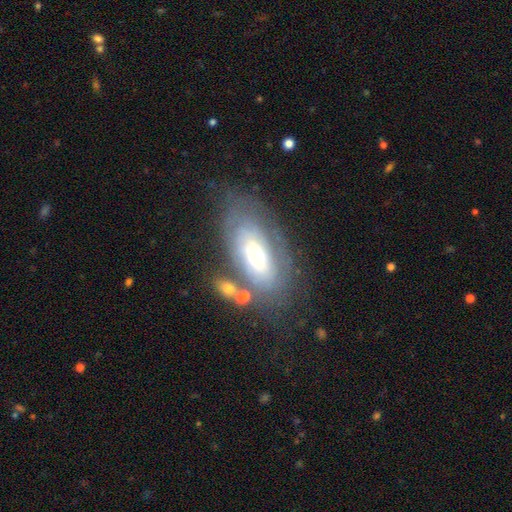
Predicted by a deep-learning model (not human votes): featured or disk 57%, smooth 34%, star or artifact 9%. Down the decision tree: edge-on disk — no (85%); merging — none (61%).